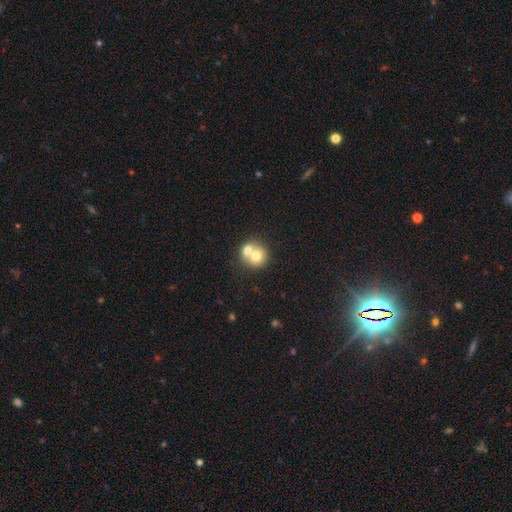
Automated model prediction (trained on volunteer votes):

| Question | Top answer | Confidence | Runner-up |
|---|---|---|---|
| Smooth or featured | smooth | 67% | featured or disk (23%) |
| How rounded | round | 81% | in between (18%) |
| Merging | merger | 61% | none (31%) |